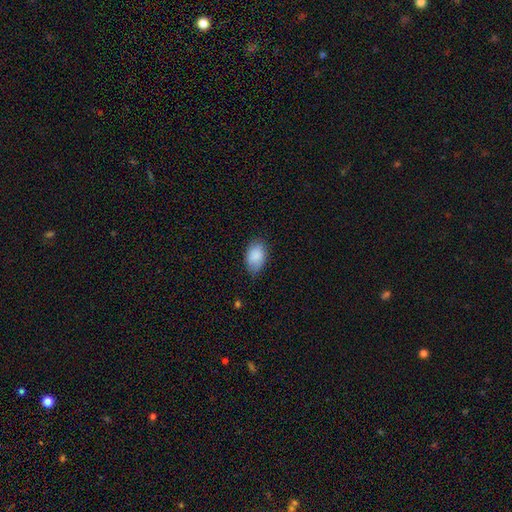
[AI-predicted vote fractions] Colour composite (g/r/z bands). It shows a smooth galaxy with no disk features (87%) that is in between round and cigar-shaped (89%). Merging: none (72%).